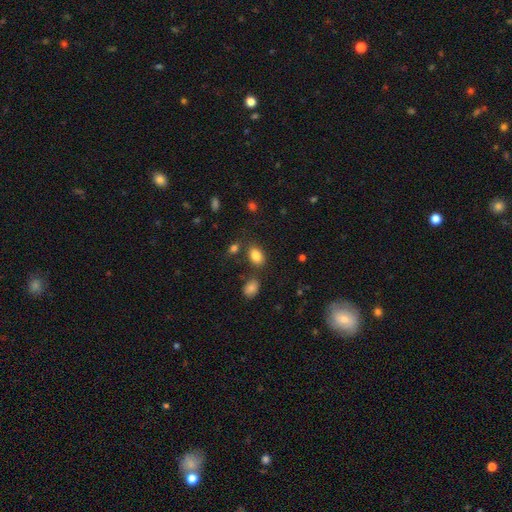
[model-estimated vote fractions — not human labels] smooth 84%, star or artifact 9%, featured or disk 6%. Down the decision tree: how rounded — in between (85%); merging — none (74%).